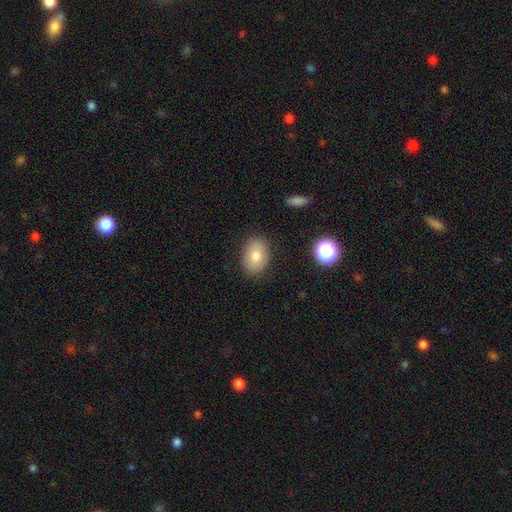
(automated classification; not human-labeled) This appears to be a smooth galaxy with no disk features (79%) that is in between round and cigar-shaped (76%). Merging: none (85%).